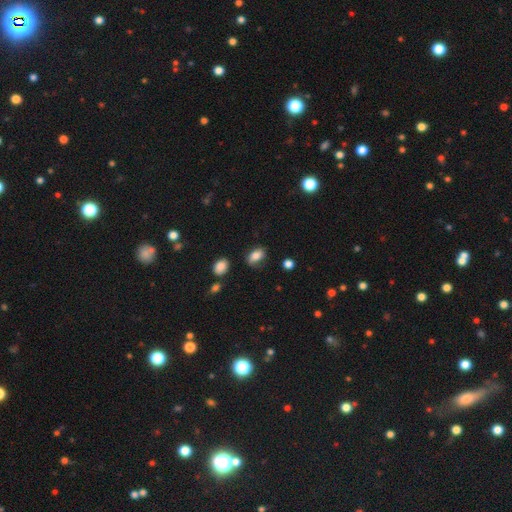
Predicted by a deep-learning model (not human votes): Smooth or featured? Predicted: smooth (p=0.80). How rounded? Predicted: in between (p=0.86). Merging? Predicted: none (p=0.67).